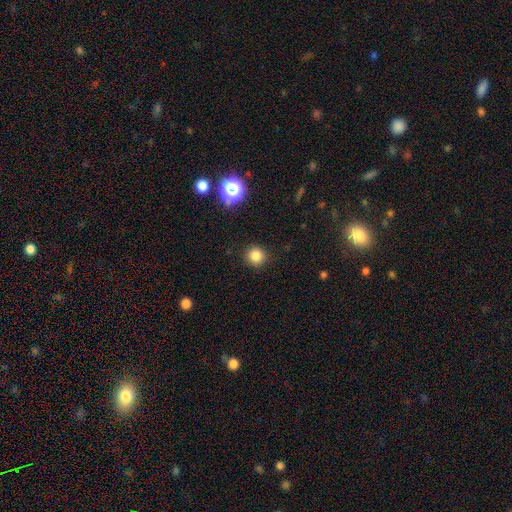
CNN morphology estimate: Q: Smooth or featured?
A: smooth (82%); runner-up: star or artifact (13%)
Q: How rounded?
A: round (93%); runner-up: in between (6%)
Q: Merging?
A: none (91%); runner-up: minor disturbance (6%)